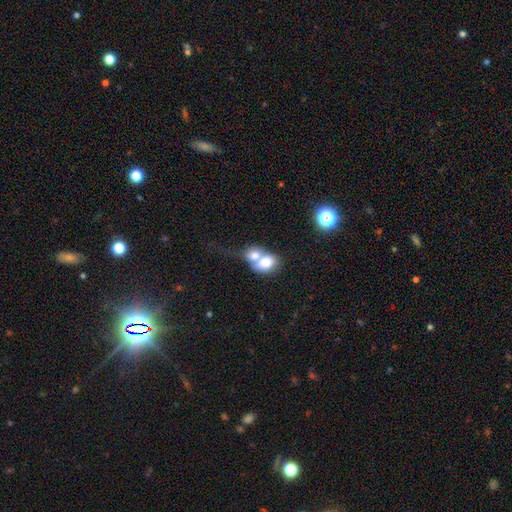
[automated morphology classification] Overall: smooth (73%). How rounded: in between (63%; round 36%). Merging: merger (72%).